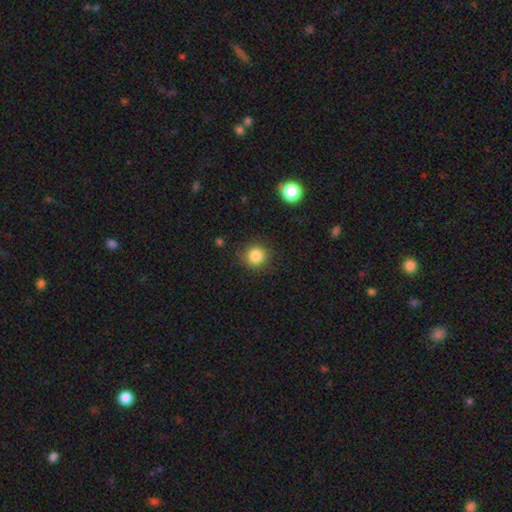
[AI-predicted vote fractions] Smooth or featured: smooth — 84% (star or artifact — 11%)
How rounded: round — 90% (in between — 10%)
Merging: none — 86% (minor disturbance — 10%)